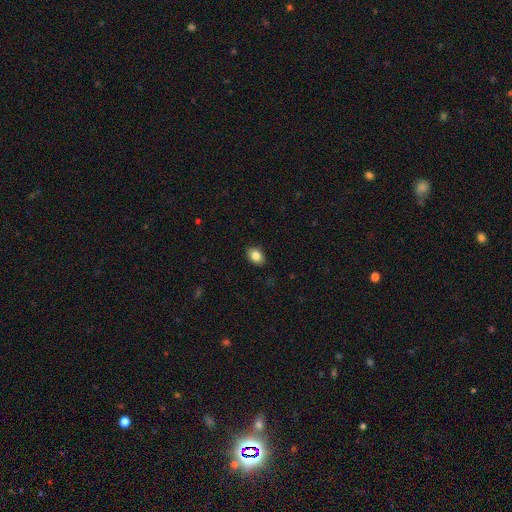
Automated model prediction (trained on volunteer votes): Q: Smooth or featured?
A: smooth (83%); runner-up: star or artifact (8%)
Q: How rounded?
A: in between (81%); runner-up: round (17%)
Q: Merging?
A: none (88%); runner-up: minor disturbance (9%)